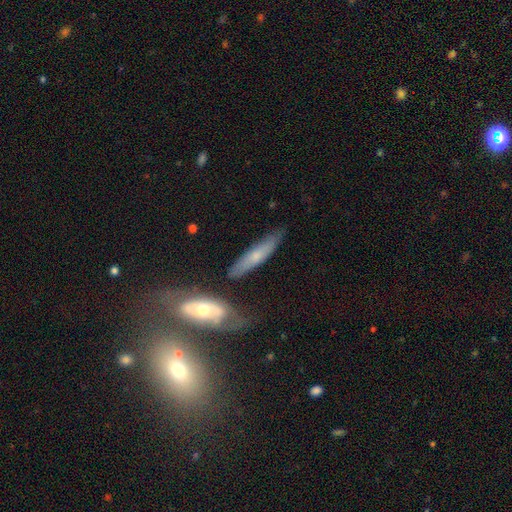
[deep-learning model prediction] The model was most divided on "smooth or featured": smooth: 51%, featured or disk: 42%, star or artifact: 7%. More confident: how rounded — cigar-shaped (78%); merging — none (69%).